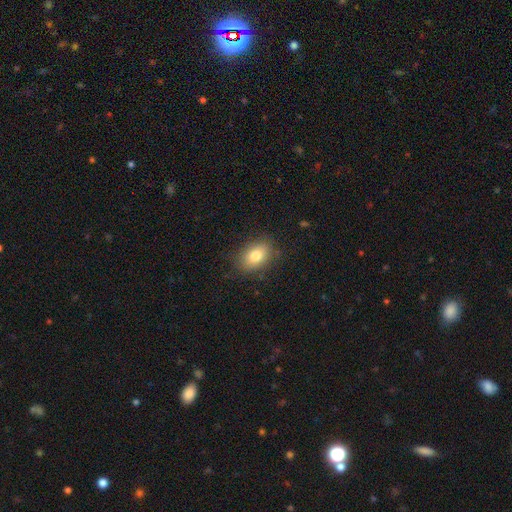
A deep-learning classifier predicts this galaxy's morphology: A smooth galaxy with no disk features (79%) that is in between round and cigar-shaped (75%). Merging: none (84%).